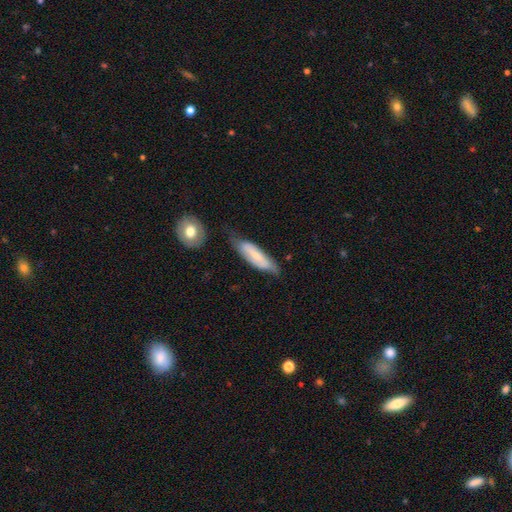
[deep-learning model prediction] smooth_or_featured: smooth (p=0.49) [alt: featured or disk p=0.45]
merging: none (p=0.54) [alt: minor disturbance p=0.30]